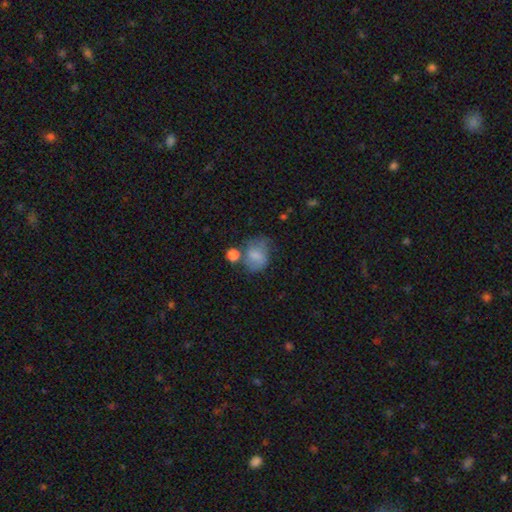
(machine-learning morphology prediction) A smooth galaxy with no disk features (69%) that is round (53%).

Vote fractions:
- Smooth or featured? smooth: 69% / featured or disk: 21% / star or artifact: 10%
- How rounded? round: 53% / in between: 46% / cigar-shaped: 1%
- Merging? none: 43% / minor disturbance: 26% / major disturbance: 15% / merger: 15%